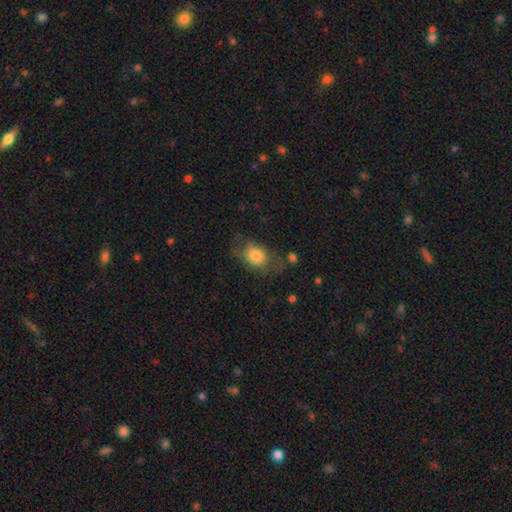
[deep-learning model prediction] A smooth galaxy with no disk features (77%) that is in between round and cigar-shaped (70%).

Vote fractions:
- Smooth or featured? smooth: 77% / featured or disk: 15% / star or artifact: 8%
- How rounded? in between: 70% / round: 29% / cigar-shaped: 2%
- Merging? none: 52% / minor disturbance: 26% / major disturbance: 19% / merger: 3%